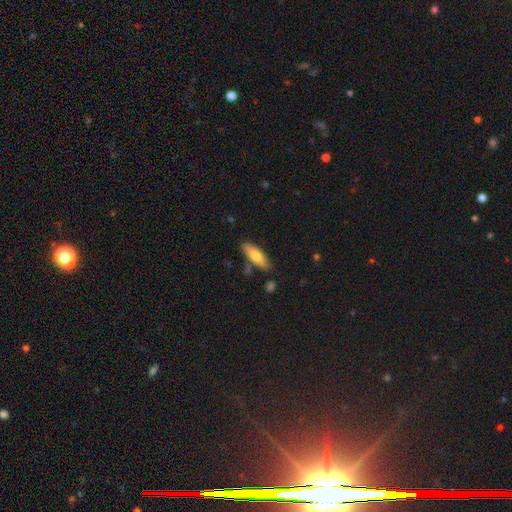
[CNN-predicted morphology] Q: Smooth or featured?
A: smooth (71%); runner-up: featured or disk (23%)
Q: How rounded?
A: in between (57%); runner-up: cigar-shaped (40%)
Q: Merging?
A: none (81%); runner-up: minor disturbance (12%)